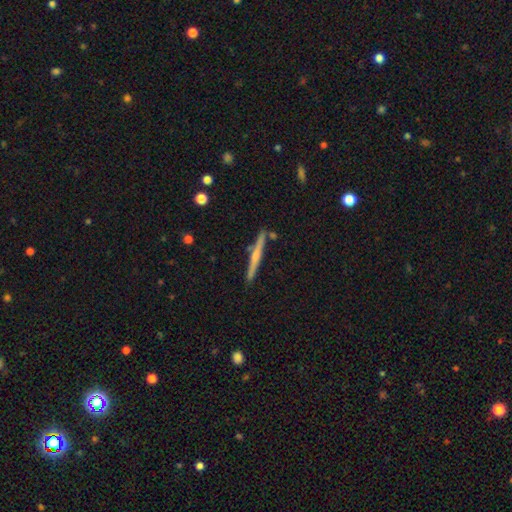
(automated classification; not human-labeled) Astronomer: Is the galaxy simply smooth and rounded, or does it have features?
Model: featured or disk — 61%.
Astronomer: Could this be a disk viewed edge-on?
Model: yes — 98%.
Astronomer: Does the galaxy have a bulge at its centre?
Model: rounded — 61%.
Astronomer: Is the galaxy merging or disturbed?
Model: none — 86%.